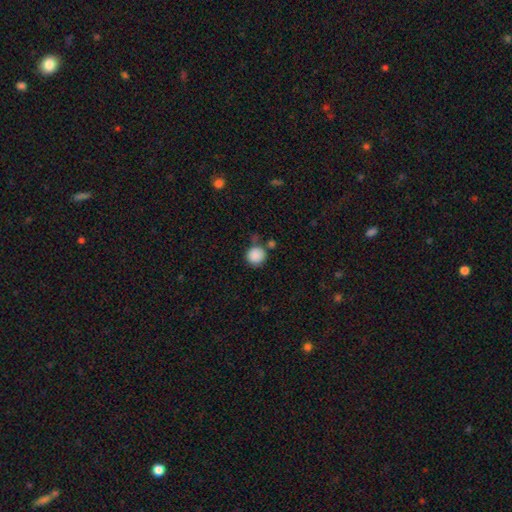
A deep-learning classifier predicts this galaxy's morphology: Overall: smooth (88%). How rounded: round (92%). Merging: none (67%).